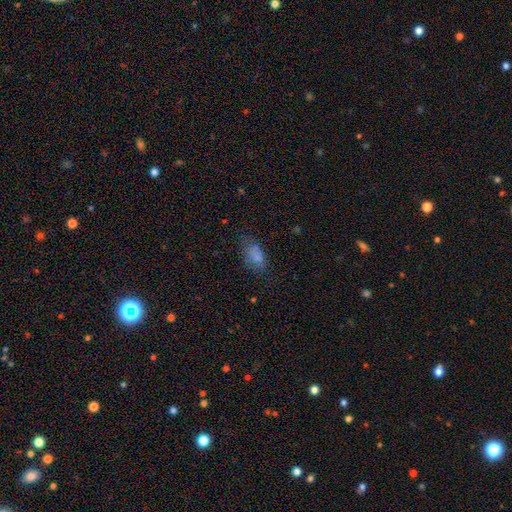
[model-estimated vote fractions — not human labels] This is likely a smooth galaxy (76%). How rounded: clearly in between (89%). Merging: possibly none (59%).